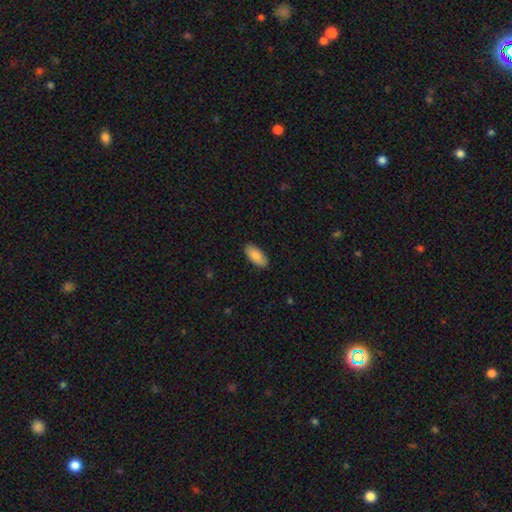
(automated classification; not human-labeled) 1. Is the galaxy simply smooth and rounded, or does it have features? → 86% smooth, 8% featured or disk, 6% star or artifact.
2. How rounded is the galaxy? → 89% in between, 9% cigar-shaped, 2% round.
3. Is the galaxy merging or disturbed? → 88% none, 9% minor disturbance, 2% major disturbance, 1% merger.